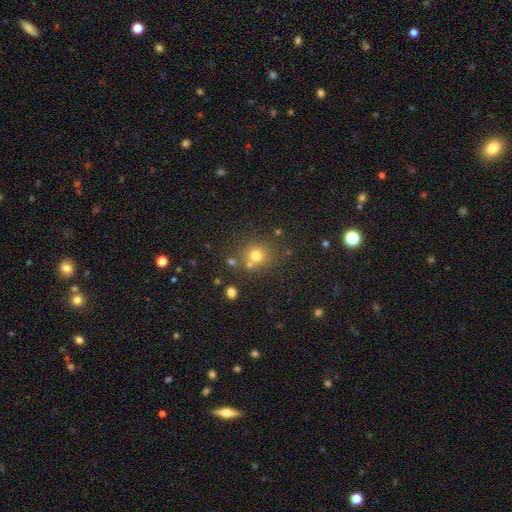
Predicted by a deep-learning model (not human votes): Q: Smooth or featured?
A: smooth (73%); runner-up: star or artifact (18%)
Q: How rounded?
A: round (86%); runner-up: in between (13%)
Q: Merging?
A: none (70%); runner-up: merger (15%)